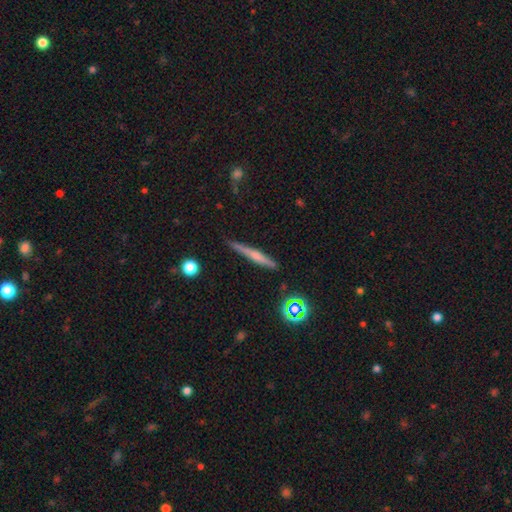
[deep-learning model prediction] This is possibly a featured or disk galaxy (52%). It is clearly viewed edge-on (97%). Edge-on bulge: likely rounded (61%). Merging: clearly none (87%).